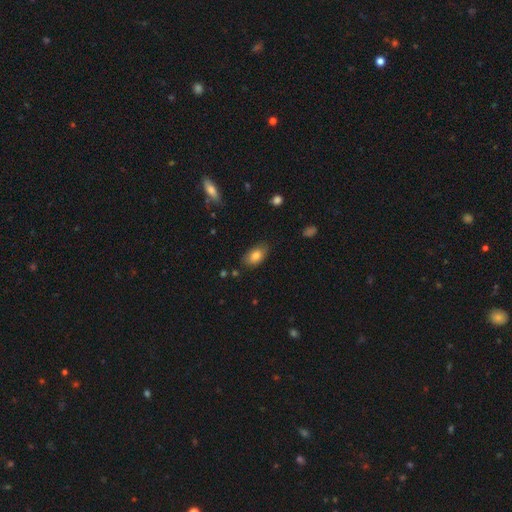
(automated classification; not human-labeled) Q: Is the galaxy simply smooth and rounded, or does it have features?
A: smooth — 82%.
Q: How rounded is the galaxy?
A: in between — 91%.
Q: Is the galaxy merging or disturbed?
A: none — 80%.